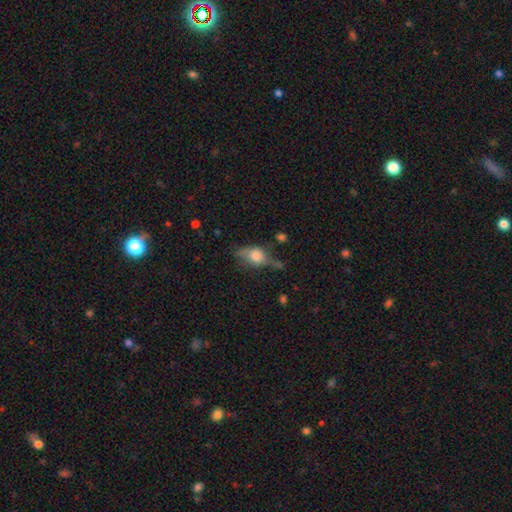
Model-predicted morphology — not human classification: smooth 59%, featured or disk 30%, star or artifact 11%. Down the decision tree: how rounded — in between (65%); merging — none (46%).